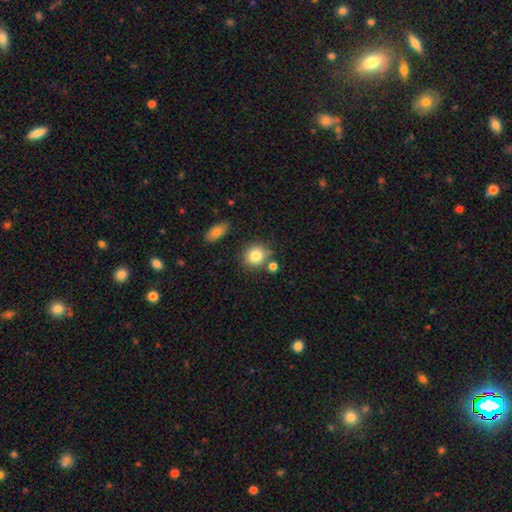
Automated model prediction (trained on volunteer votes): A smooth galaxy with no disk features (82%) that is round (79%).

Vote fractions:
- Smooth or featured? smooth: 82% / star or artifact: 9% / featured or disk: 8%
- How rounded? round: 79% / in between: 20% / cigar-shaped: 1%
- Merging? none: 72% / merger: 13% / minor disturbance: 12% / major disturbance: 3%